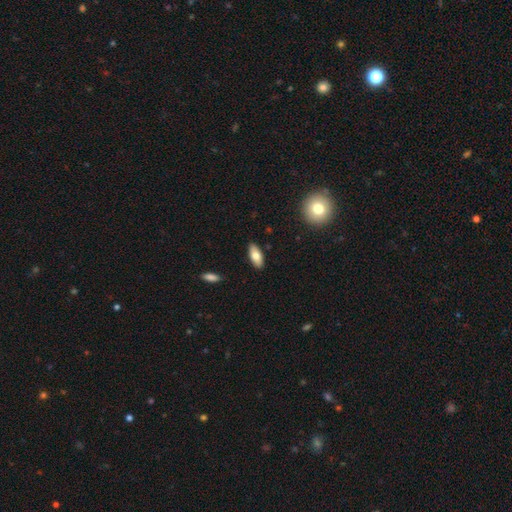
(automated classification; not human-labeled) Q: Smooth or featured?
A: smooth (75%); runner-up: featured or disk (18%)
Q: How rounded?
A: in between (83%); runner-up: cigar-shaped (15%)
Q: Merging?
A: none (88%); runner-up: minor disturbance (9%)